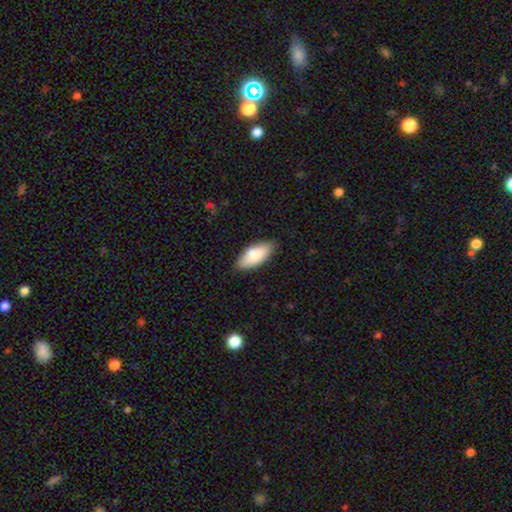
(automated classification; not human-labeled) smooth 84%, featured or disk 10%, star or artifact 6%. Down the decision tree: how rounded — in between (86%); merging — none (80%).